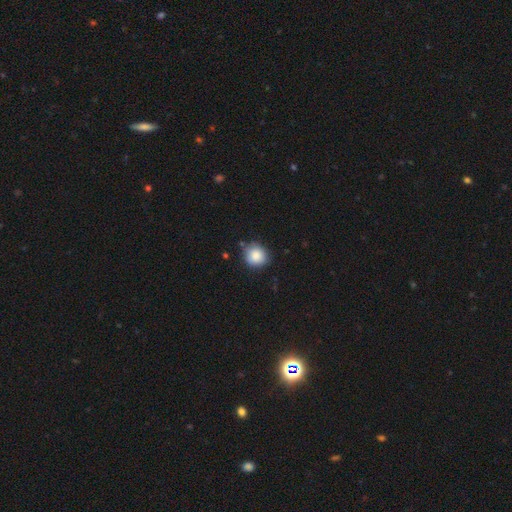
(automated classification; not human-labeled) Smooth or featured?
  - smooth: 86% *
  - star or artifact: 8%
  - featured or disk: 6%
How rounded?
  - round: 86% *
  - in between: 13%
  - cigar-shaped: 1%
Merging?
  - none: 79% *
  - minor disturbance: 15%
  - merger: 3%
  - major disturbance: 3%